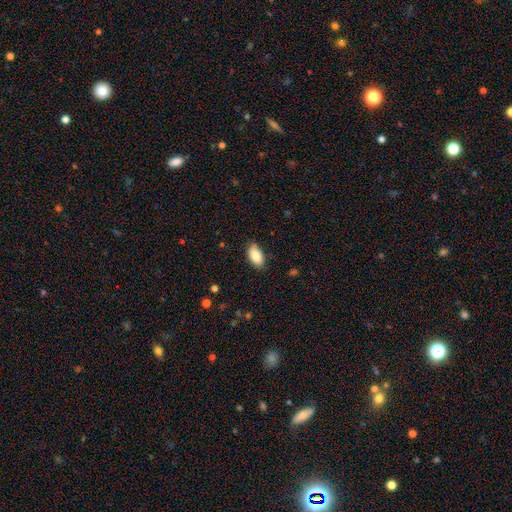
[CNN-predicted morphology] smooth 87%, star or artifact 7%, featured or disk 6%. Down the decision tree: how rounded — in between (93%); merging — none (85%).